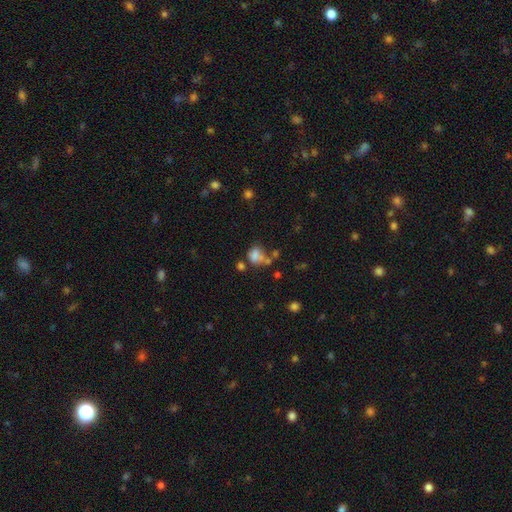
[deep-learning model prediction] This appears to be a smooth galaxy with no disk features (71%) that is round (52%). Merging: none (36%).